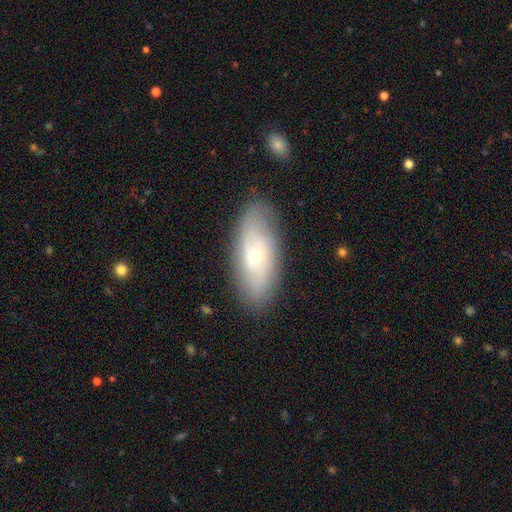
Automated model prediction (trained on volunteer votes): Q: Smooth or featured?
A: featured or disk (47%); runner-up: smooth (46%)
Q: Merging?
A: none (81%); runner-up: minor disturbance (14%)